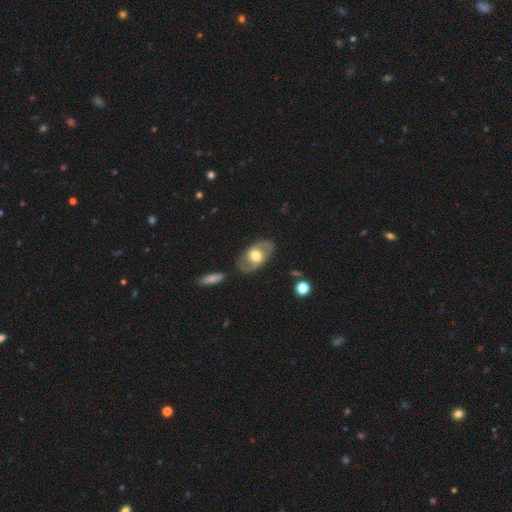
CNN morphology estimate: Smooth or featured? featured or disk (65%)
Edge-on disk? no (90%)
Bar? no (60%)
Spiral arms? yes (64%)
Bulge size? moderate (62%)
Merging? none (81%)